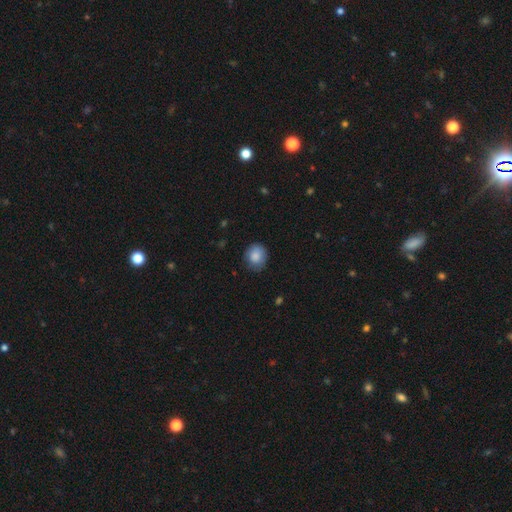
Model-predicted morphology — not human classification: smooth-or-featured: smooth: 85% | featured or disk: 8% | star or artifact: 7%
  how-rounded: round: 72% | in between: 27% | cigar-shaped: 1%
  merging: none: 74% | minor disturbance: 21% | major disturbance: 5% | merger: 1%